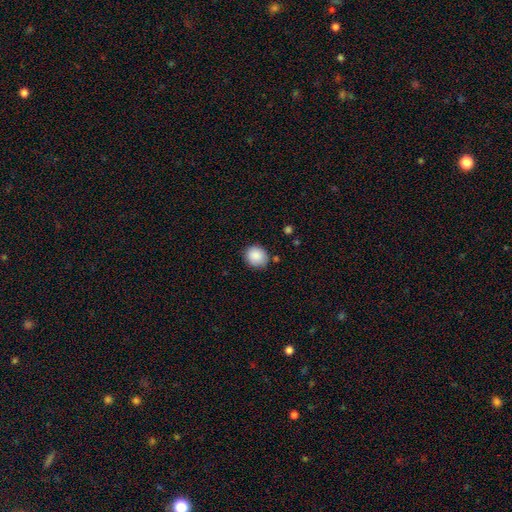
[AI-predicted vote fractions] Smooth or featured? smooth (88%)
How rounded? round (78%)
Merging? none (81%)